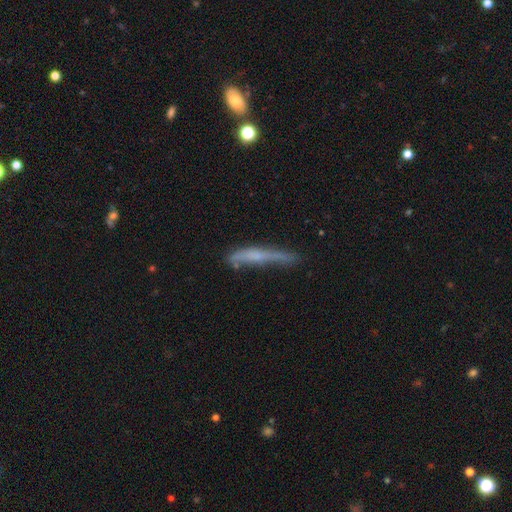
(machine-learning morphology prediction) type=smooth (45%, tied with featured or disk); merging=none (48%).